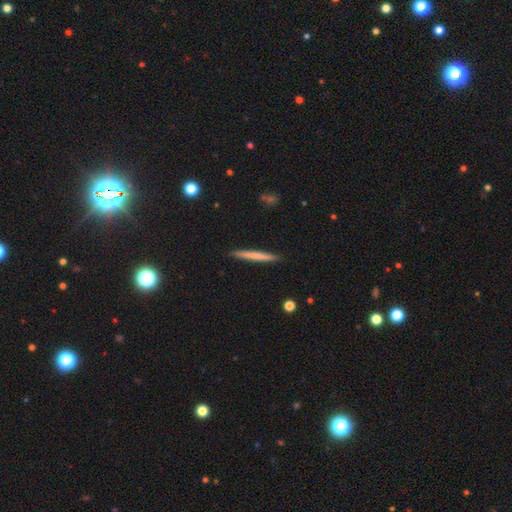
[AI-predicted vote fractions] Q: Smooth or featured?
A: smooth (61%); runner-up: featured or disk (33%)
Q: How rounded?
A: cigar-shaped (97%); runner-up: in between (2%)
Q: Merging?
A: none (92%); runner-up: minor disturbance (6%)